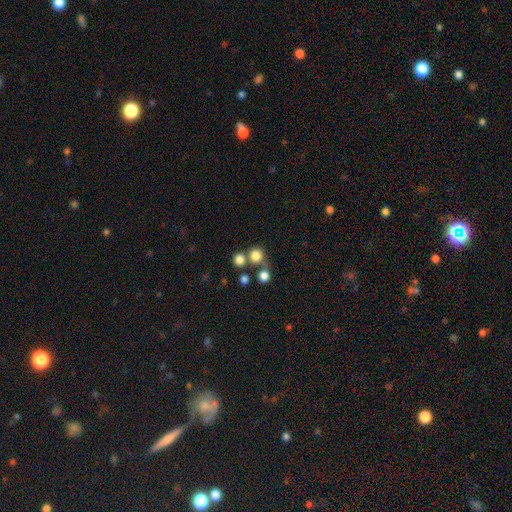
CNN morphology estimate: Smooth or featured? Predicted: smooth (p=0.79). How rounded? Predicted: round (p=0.90). Merging? Predicted: none (p=0.58).